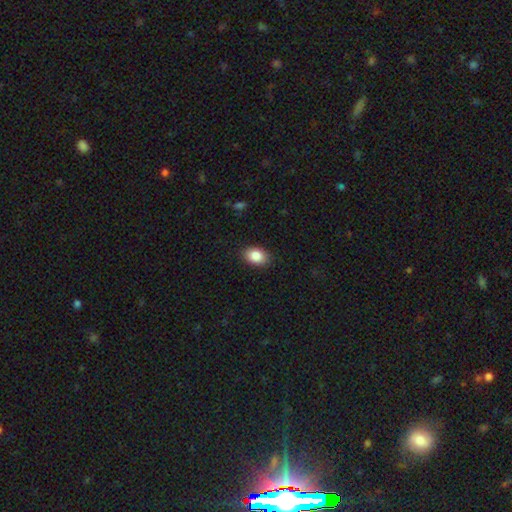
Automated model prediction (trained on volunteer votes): The model was most divided on "how rounded": in between: 84%, round: 15%, cigar-shaped: 1%. More confident: merging — none (89%); smooth or featured — smooth (86%).